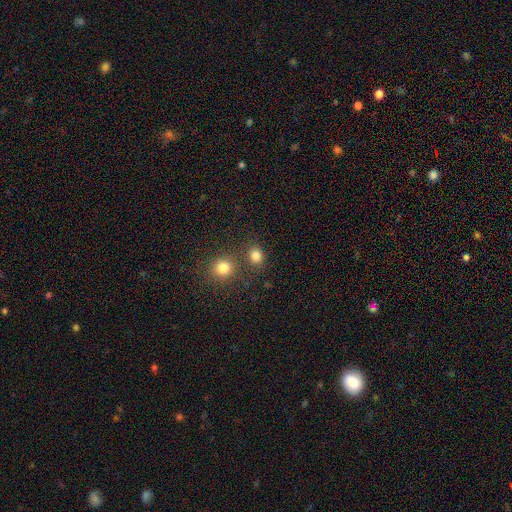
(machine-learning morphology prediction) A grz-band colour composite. It shows a smooth galaxy with no disk features (82%) that is round (69%). Merging: none (72%).